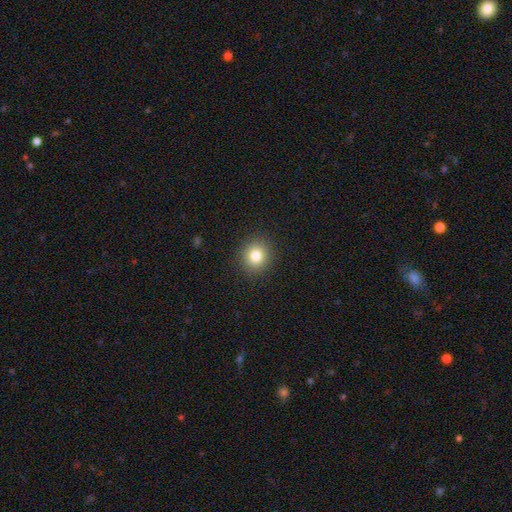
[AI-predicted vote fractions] A smooth galaxy with no disk features (81%) that is round (85%).

Vote fractions:
- Smooth or featured? smooth: 81% / star or artifact: 12% / featured or disk: 7%
- How rounded? round: 85% / in between: 14% / cigar-shaped: 1%
- Merging? none: 91% / minor disturbance: 6% / major disturbance: 2% / merger: 1%